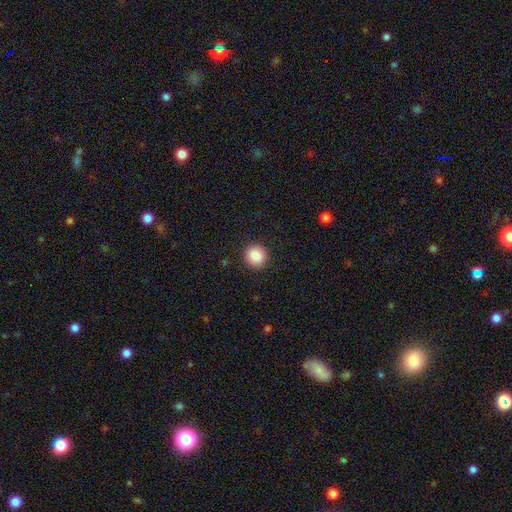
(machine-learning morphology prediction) A smooth galaxy with no disk features (87%) that is round (93%).

Vote fractions:
- Smooth or featured? smooth: 87% / star or artifact: 9% / featured or disk: 4%
- How rounded? round: 93% / in between: 6% / cigar-shaped: 1%
- Merging? none: 92% / minor disturbance: 5% / major disturbance: 2% / merger: 1%